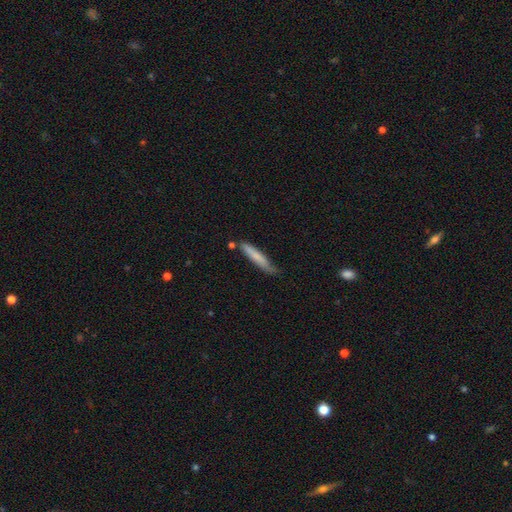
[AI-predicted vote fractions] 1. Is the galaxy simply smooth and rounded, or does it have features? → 73% smooth, 21% featured or disk, 6% star or artifact.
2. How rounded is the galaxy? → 91% cigar-shaped, 8% in between, 1% round.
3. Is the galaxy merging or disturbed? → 66% none, 26% minor disturbance, 4% major disturbance, 4% merger.